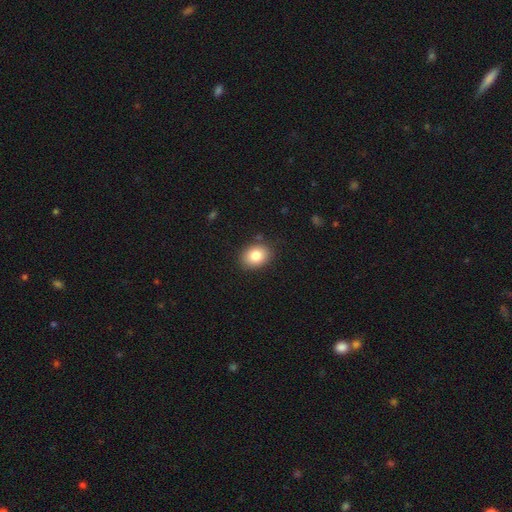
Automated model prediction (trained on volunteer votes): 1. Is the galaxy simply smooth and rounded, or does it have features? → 82% smooth, 9% featured or disk, 9% star or artifact.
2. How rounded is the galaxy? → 58% in between, 41% round, 1% cigar-shaped.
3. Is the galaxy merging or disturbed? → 86% none, 10% minor disturbance, 2% major disturbance, 2% merger.